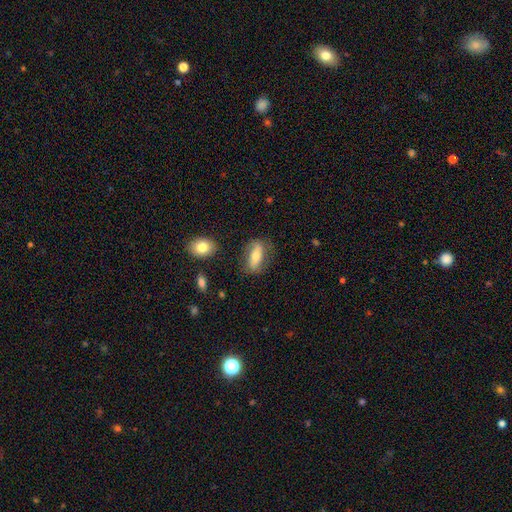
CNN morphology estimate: A smooth galaxy with no disk features (61%) that is in between round and cigar-shaped (67%). Merging: none (75%).